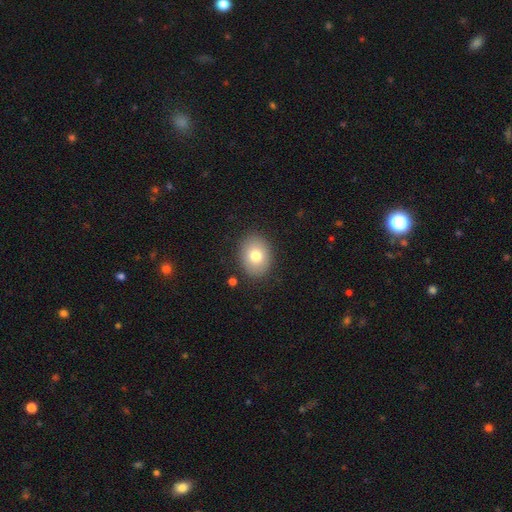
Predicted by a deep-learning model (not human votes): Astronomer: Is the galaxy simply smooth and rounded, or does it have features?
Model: smooth — 77%.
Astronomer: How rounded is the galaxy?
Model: in between — 61% (runner-up: round, 38%).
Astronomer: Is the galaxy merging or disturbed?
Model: none — 88%.